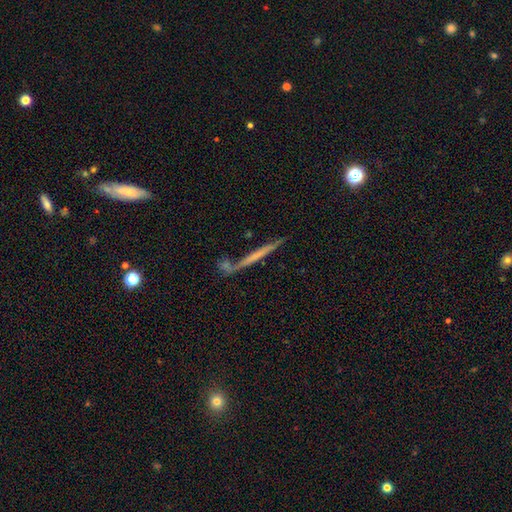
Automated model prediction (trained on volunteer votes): Smooth or featured: featured or disk — 52% (smooth — 40%)
Edge-on disk: yes — 93% (no — 7%)
Merging: none — 68% (merger — 13%)